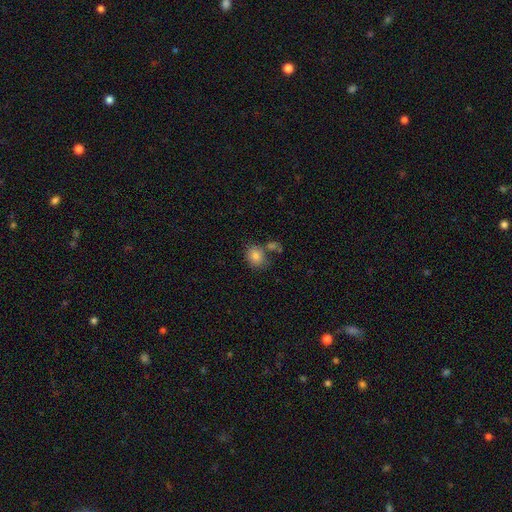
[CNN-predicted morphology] A smooth galaxy with no disk features (82%) that is round (61%). Merging: none (61%).